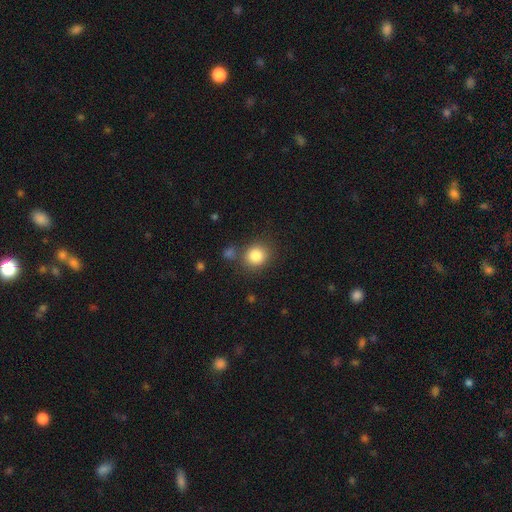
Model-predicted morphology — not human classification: Smooth or featured? Predicted: smooth (p=0.83). How rounded? Predicted: round (p=0.79). Merging? Predicted: none (p=0.76).